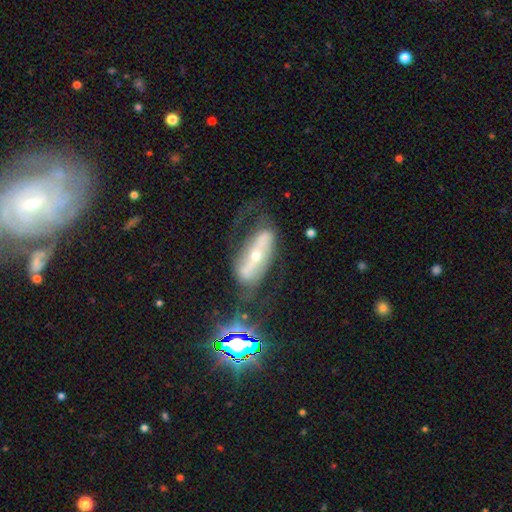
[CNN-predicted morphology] A featured or disk galaxy (74%) with a strong bar (59%), spiral arms (68%) and a small central bulge (58%).

Vote fractions:
- Smooth or featured? featured or disk: 74% / smooth: 16% / star or artifact: 10%
- Edge-on disk? no: 79% / yes: 21%
- Bar? strong: 59% / no: 24% / weak: 17%
- Spiral arms? yes: 68% / no: 32%
- Bulge size? small: 58% / moderate: 37% / large: 2% / dominant: 1% / none: 1%
- Merging? none: 45% / major disturbance: 26% / minor disturbance: 23% / merger: 6%